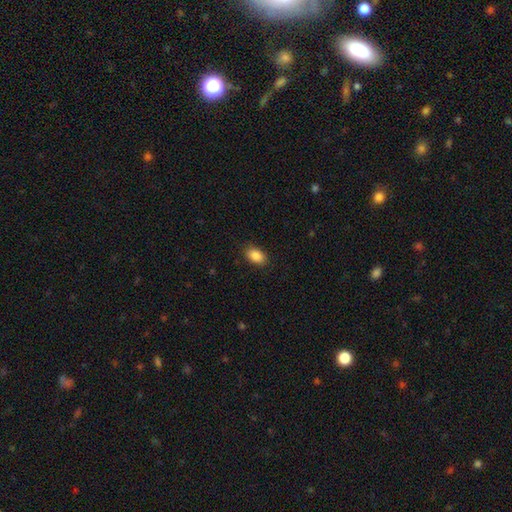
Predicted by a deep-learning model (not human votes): smooth-or-featured: smooth: 88% | star or artifact: 8% | featured or disk: 4%
  how-rounded: in between: 88% | round: 10% | cigar-shaped: 1%
  merging: none: 88% | minor disturbance: 9% | major disturbance: 2% | merger: 1%